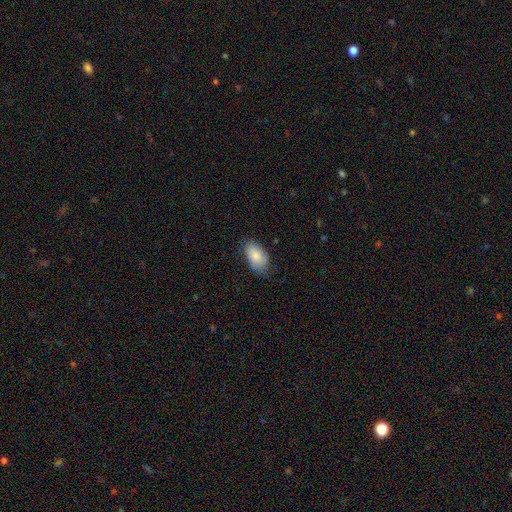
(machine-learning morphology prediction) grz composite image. It shows a smooth galaxy with no disk features (85%) that is in between round and cigar-shaped (94%). Merging: none (70%).